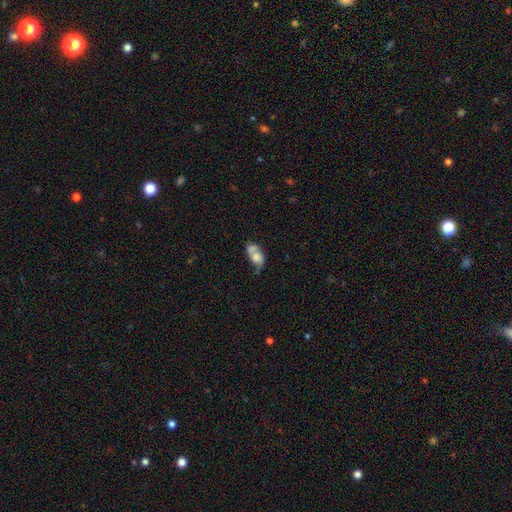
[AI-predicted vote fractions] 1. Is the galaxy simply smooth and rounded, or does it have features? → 58% smooth, 32% featured or disk, 9% star or artifact.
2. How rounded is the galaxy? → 81% in between, 14% round, 4% cigar-shaped.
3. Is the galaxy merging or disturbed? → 42% merger, 23% none, 19% minor disturbance, 15% major disturbance.